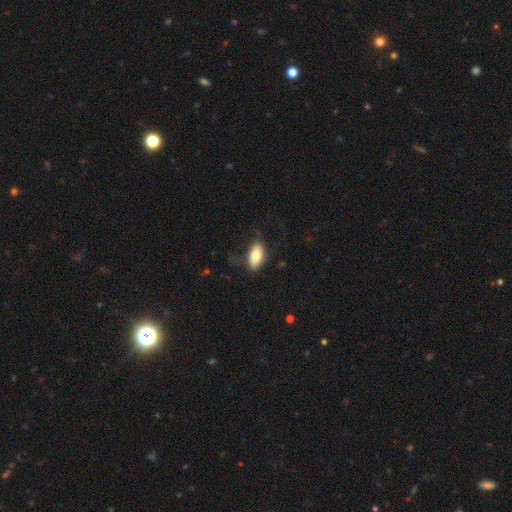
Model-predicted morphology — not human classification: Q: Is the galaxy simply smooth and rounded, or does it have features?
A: smooth — 77%.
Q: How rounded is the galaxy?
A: in between — 89%.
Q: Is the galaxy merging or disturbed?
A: none — 73%.